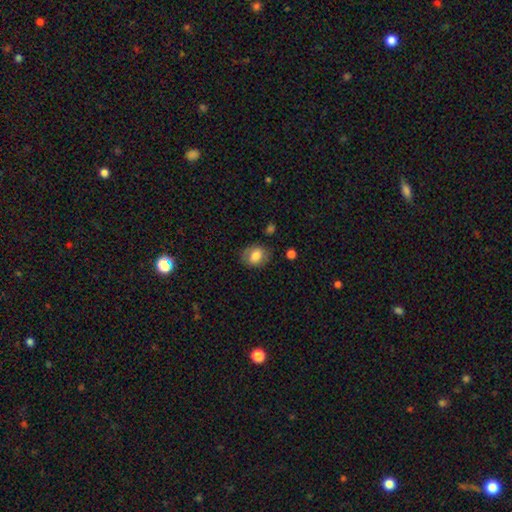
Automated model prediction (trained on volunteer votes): smooth-or-featured: smooth: 77% | featured or disk: 14% | star or artifact: 9%
  how-rounded: in between: 55% | round: 44% | cigar-shaped: 1%
  merging: none: 79% | minor disturbance: 15% | major disturbance: 4% | merger: 2%